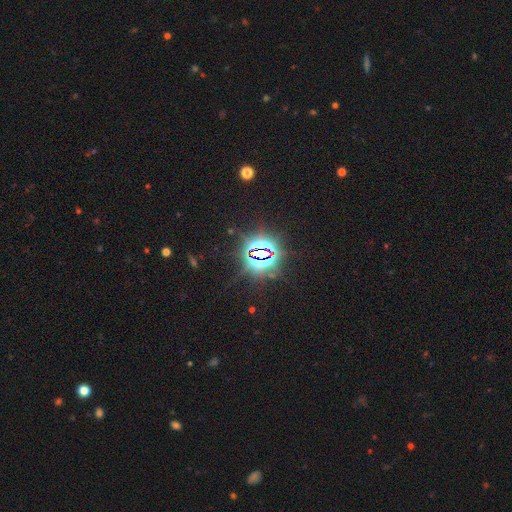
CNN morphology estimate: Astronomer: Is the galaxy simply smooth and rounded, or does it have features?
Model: star or artifact — 84%.